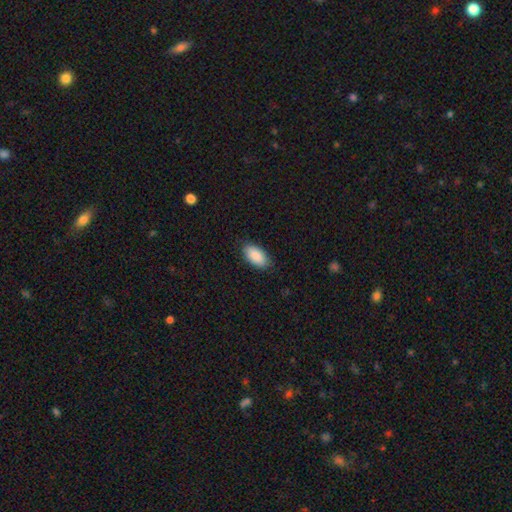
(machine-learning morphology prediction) A smooth galaxy with no disk features (90%) that is in between round and cigar-shaped (94%). Merging: none (85%).